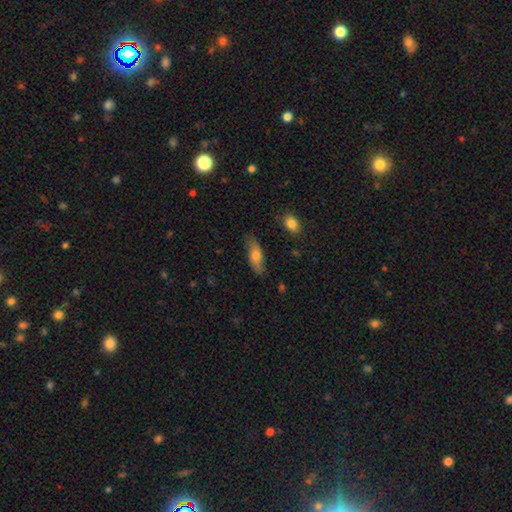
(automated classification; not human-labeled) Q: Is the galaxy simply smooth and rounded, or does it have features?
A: smooth — 64%.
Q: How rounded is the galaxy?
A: in between — 71%.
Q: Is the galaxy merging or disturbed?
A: none — 74%.